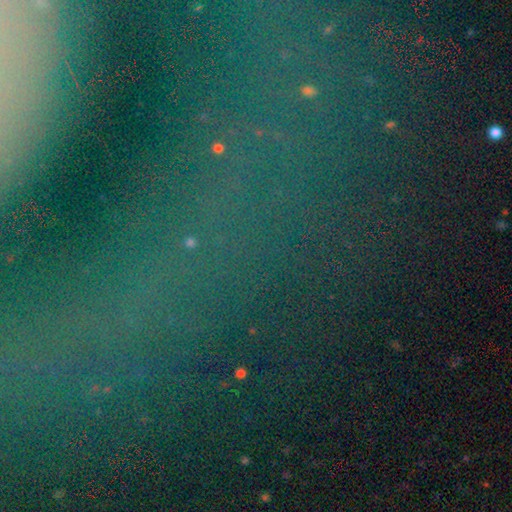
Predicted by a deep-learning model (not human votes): The model was most divided on "smooth or featured": star or artifact: 69%, smooth: 16%, featured or disk: 16%.